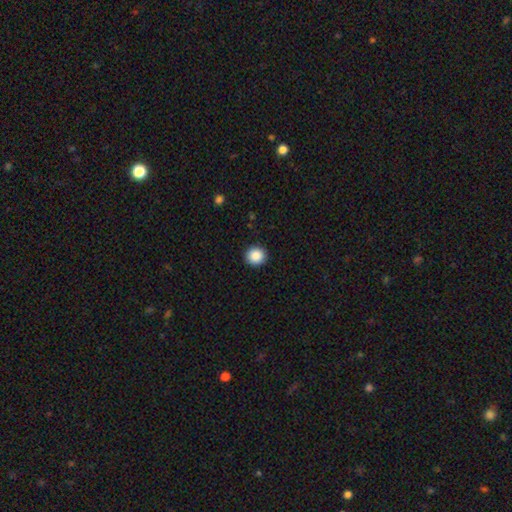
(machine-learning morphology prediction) Smooth or featured? smooth (88%)
How rounded? round (92%)
Merging? none (92%)